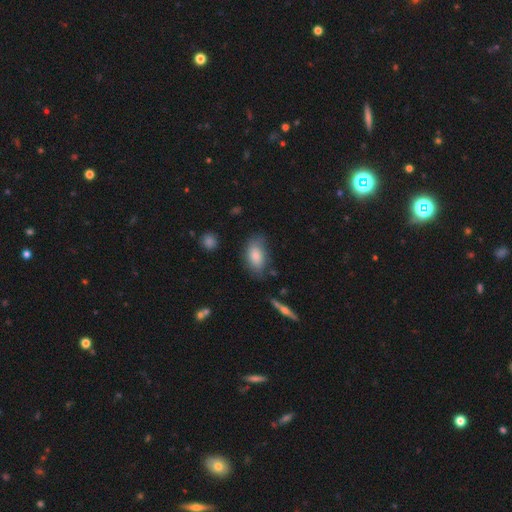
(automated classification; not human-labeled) Q: Smooth or featured?
A: smooth (76%); runner-up: featured or disk (16%)
Q: How rounded?
A: in between (91%); runner-up: round (6%)
Q: Merging?
A: none (66%); runner-up: minor disturbance (24%)